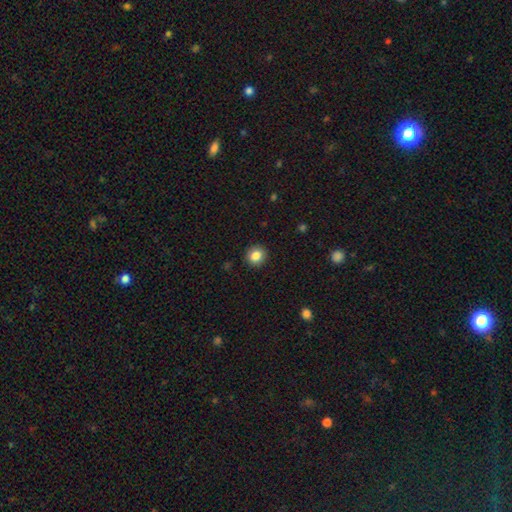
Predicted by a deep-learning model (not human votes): Morphology: type=smooth (84%); roundness=round (86%); merging=none (92%).